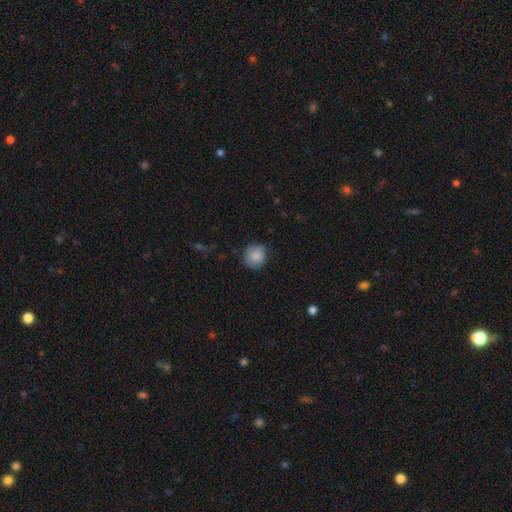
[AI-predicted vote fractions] smooth 86%, star or artifact 8%, featured or disk 6%. Down the decision tree: how rounded — round (91%); merging — none (82%).